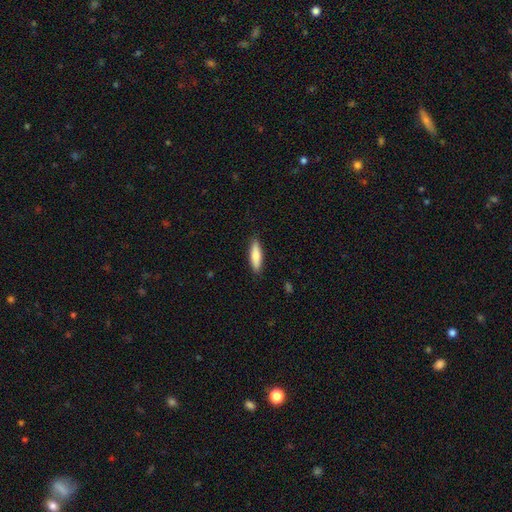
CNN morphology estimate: This is likely a smooth galaxy (76%). How rounded: likely cigar-shaped (63%). Merging: clearly none (89%).